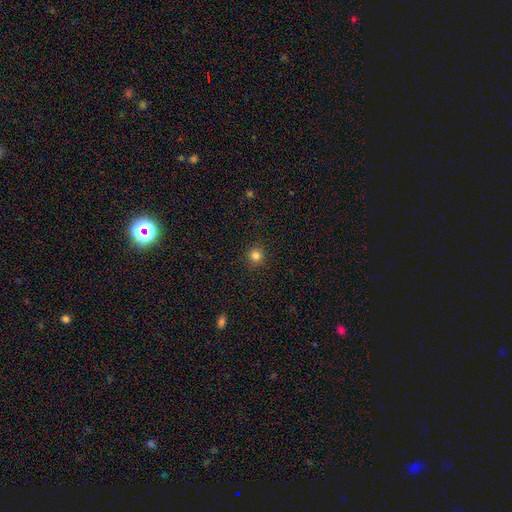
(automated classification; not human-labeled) This is clearly a smooth galaxy (82%). How rounded: clearly round (94%). Merging: clearly none (91%).